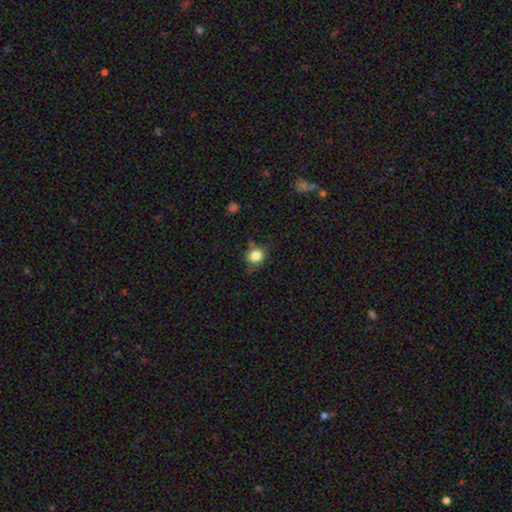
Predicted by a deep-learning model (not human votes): Q: Smooth or featured?
A: smooth (82%); runner-up: star or artifact (10%)
Q: How rounded?
A: round (68%); runner-up: in between (31%)
Q: Merging?
A: none (66%); runner-up: minor disturbance (24%)